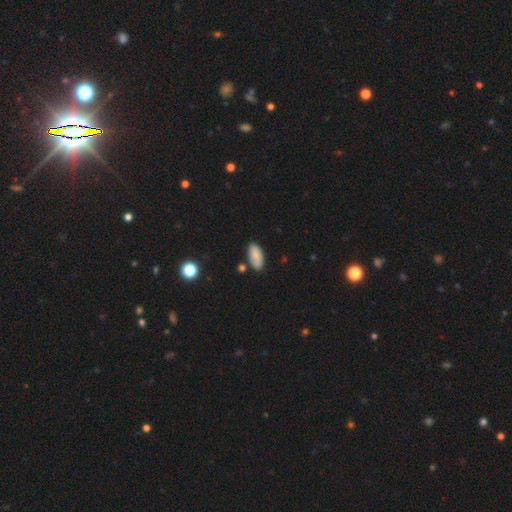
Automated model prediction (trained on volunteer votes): Q: Smooth or featured?
A: smooth (83%); runner-up: featured or disk (9%)
Q: How rounded?
A: in between (91%); runner-up: cigar-shaped (6%)
Q: Merging?
A: none (78%); runner-up: minor disturbance (14%)